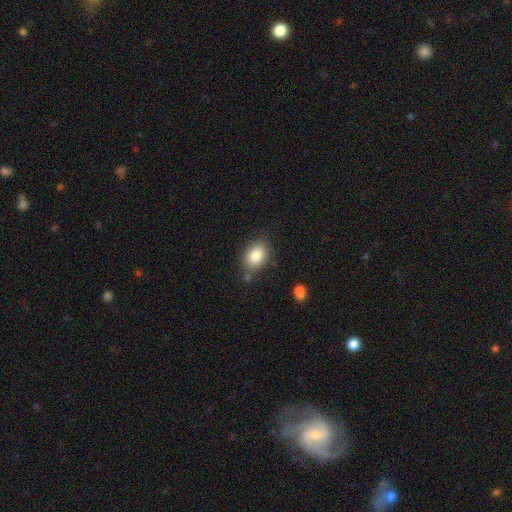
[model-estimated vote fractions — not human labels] Smooth or featured: smooth — 83% (featured or disk — 8%)
How rounded: in between — 77% (round — 21%)
Merging: none — 75% (minor disturbance — 16%)